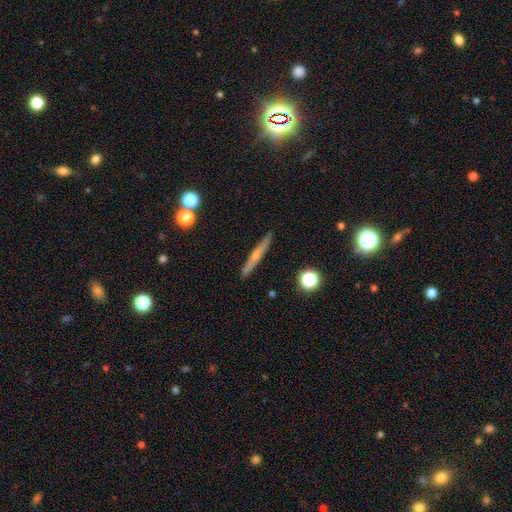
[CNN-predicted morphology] The model was most divided on "smooth or featured": featured or disk: 57%, smooth: 35%, star or artifact: 8%. More confident: edge-on disk — yes (96%); merging — none (90%); edge-on bulge — rounded (64%).